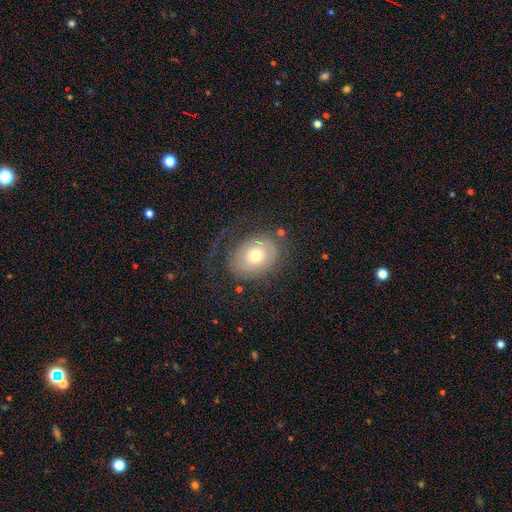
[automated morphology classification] featured or disk 48%, smooth 44%, star or artifact 8%. Down the decision tree: merging — none (60%).